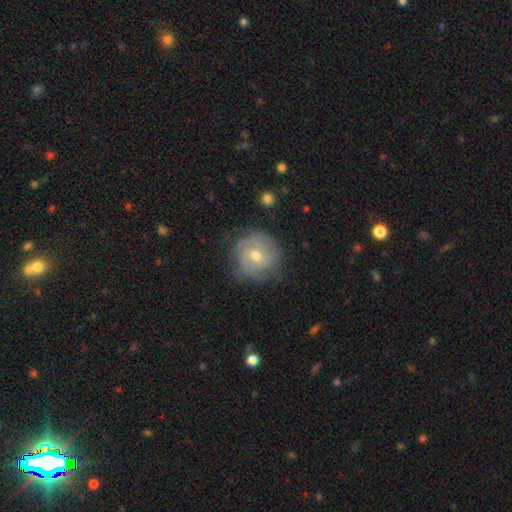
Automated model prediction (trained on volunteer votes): Smooth or featured: featured or disk — 64% (smooth — 28%)
Edge-on disk: no — 97% (yes — 3%)
Bar: no — 64% (weak — 30%)
Spiral arms: yes — 82% (no — 18%)
Spiral winding: tight — 64% (medium — 26%)
Spiral arm count: can't tell — 41% (2 — 29%)
Bulge size: moderate — 64% (small — 32%)
Merging: none — 72% (minor disturbance — 19%)